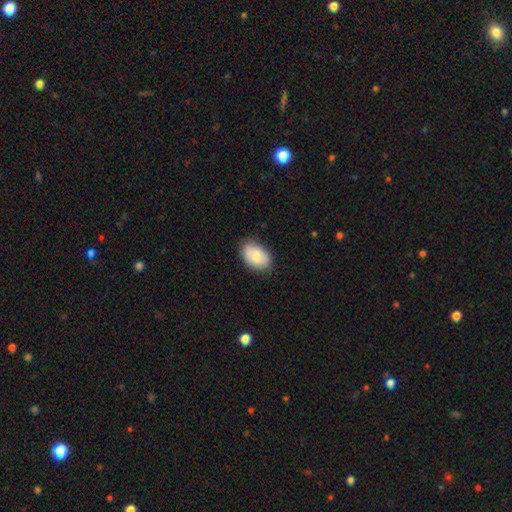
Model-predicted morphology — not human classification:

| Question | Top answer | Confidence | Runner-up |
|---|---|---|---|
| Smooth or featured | smooth | 81% | featured or disk (12%) |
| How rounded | in between | 89% | round (10%) |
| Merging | none | 81% | minor disturbance (15%) |